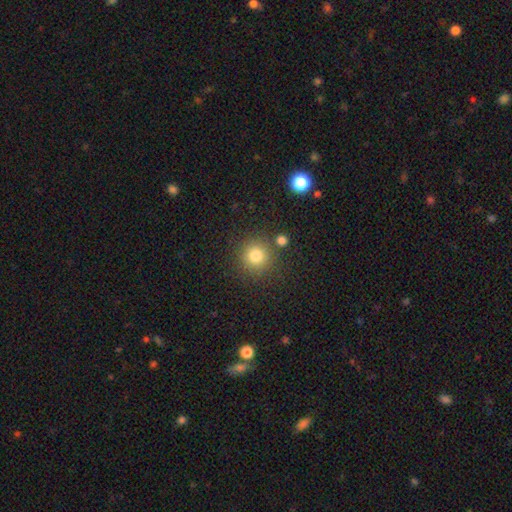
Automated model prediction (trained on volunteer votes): Morphology: type=smooth (80%); roundness=round (94%); merging=none (84%).